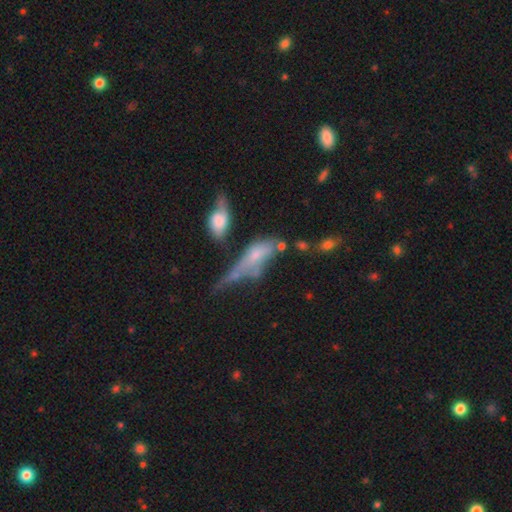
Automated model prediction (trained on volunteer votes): smooth_or_featured: smooth (p=0.51) [alt: featured or disk p=0.39]
how_rounded: in between (p=0.71) [alt: cigar-shaped p=0.25]
merging: major disturbance (p=0.29) [alt: merger p=0.28]